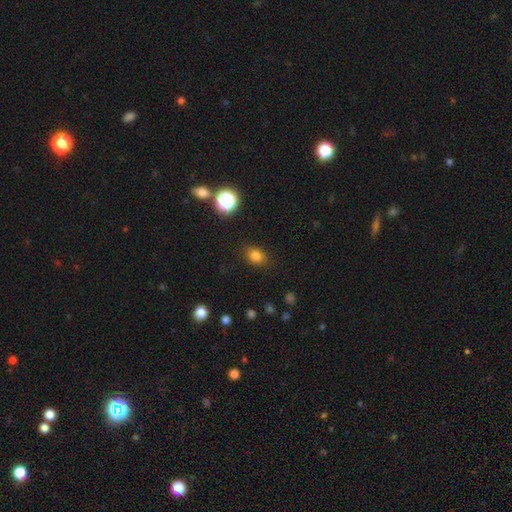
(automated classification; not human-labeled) Q: Smooth or featured?
A: smooth (80%); runner-up: star or artifact (14%)
Q: How rounded?
A: in between (60%); runner-up: round (38%)
Q: Merging?
A: none (85%); runner-up: minor disturbance (11%)